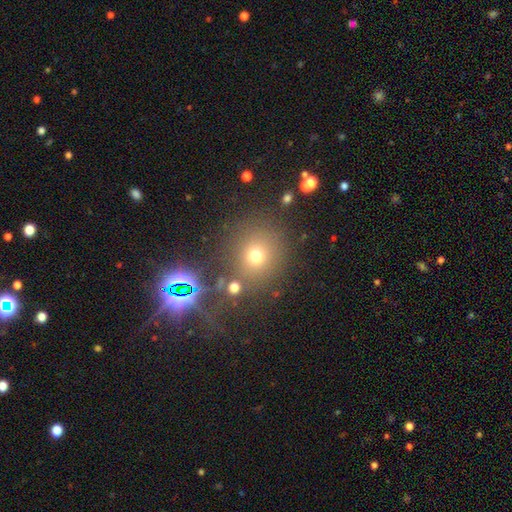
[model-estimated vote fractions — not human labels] Overall: smooth (66%). How rounded: round (85%). Merging: none (75%).